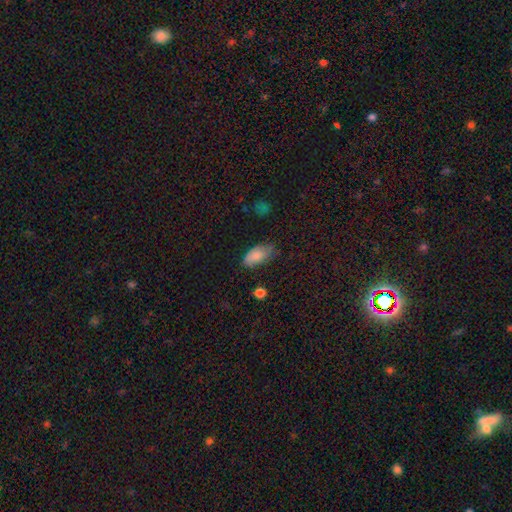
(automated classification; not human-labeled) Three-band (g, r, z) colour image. It shows a smooth galaxy with no disk features (80%) that is in between round and cigar-shaped (92%). Merging: none (62%).